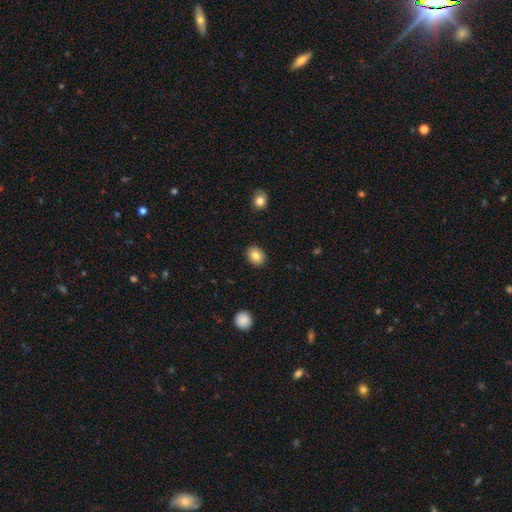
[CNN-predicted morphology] smooth_or_featured: smooth (p=0.84) [alt: star or artifact p=0.08]
how_rounded: in between (p=0.51) [alt: round p=0.48]
merging: none (p=0.90) [alt: minor disturbance p=0.07]